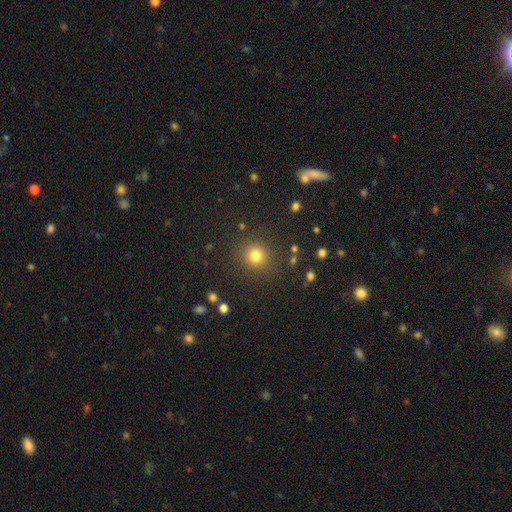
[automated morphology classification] The model was most divided on "smooth or featured": smooth: 79%, star or artifact: 15%, featured or disk: 6%. More confident: how rounded — round (90%); merging — none (87%).